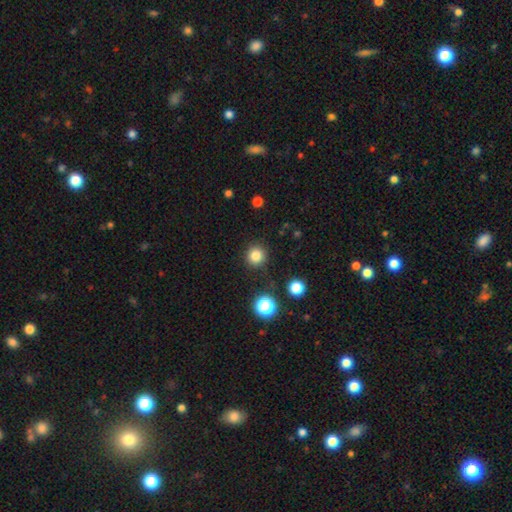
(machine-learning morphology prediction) This appears to be a smooth galaxy with no disk features (82%) that is round (94%). Merging: none (89%).